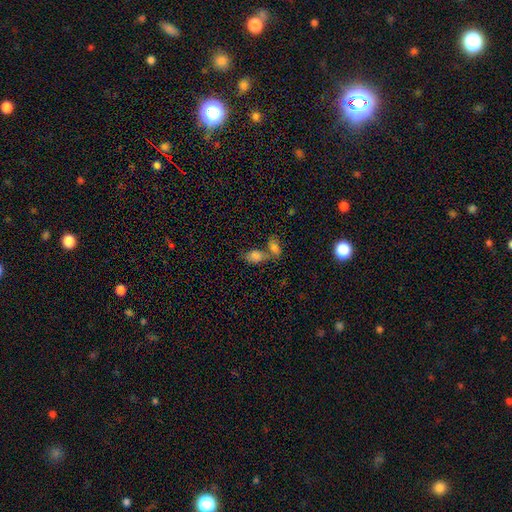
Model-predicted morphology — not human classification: smooth_or_featured: smooth (p=0.79) [alt: star or artifact p=0.11]
how_rounded: in between (p=0.86) [alt: round p=0.11]
merging: merger (p=0.46) [alt: none p=0.37]